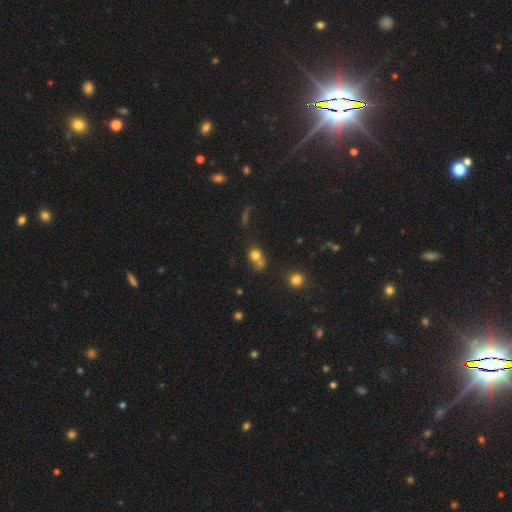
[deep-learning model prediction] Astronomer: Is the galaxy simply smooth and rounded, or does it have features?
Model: smooth — 73%.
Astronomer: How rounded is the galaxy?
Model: round — 73%.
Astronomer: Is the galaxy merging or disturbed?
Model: merger — 49% (runner-up: none, 35%).